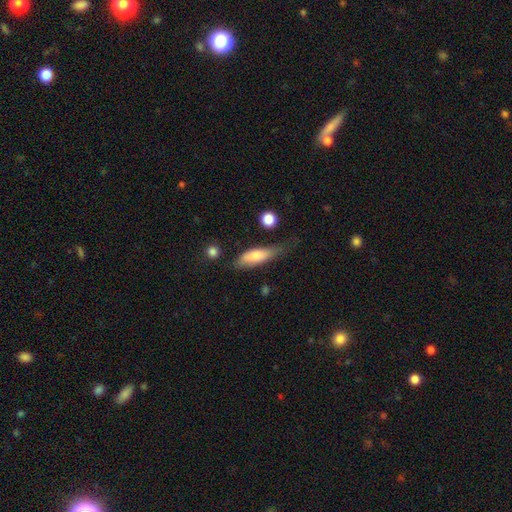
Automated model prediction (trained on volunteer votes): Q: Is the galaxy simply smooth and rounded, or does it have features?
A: smooth — 75%.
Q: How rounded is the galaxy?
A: in between — 54%.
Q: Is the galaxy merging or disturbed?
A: none — 51%.